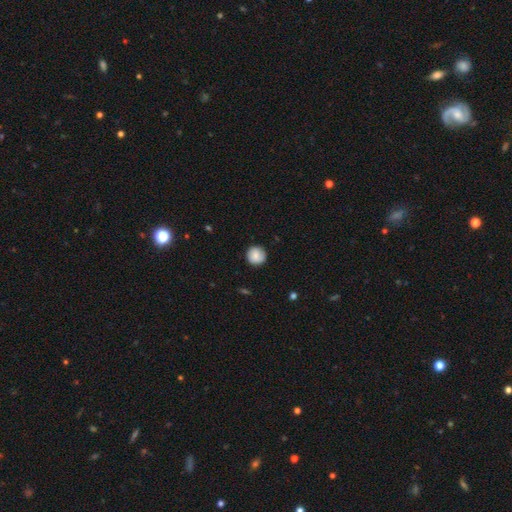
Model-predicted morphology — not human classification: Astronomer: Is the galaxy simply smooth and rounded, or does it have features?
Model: smooth — 81%.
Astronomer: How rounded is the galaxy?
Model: round — 94%.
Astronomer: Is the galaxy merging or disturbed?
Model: none — 87%.